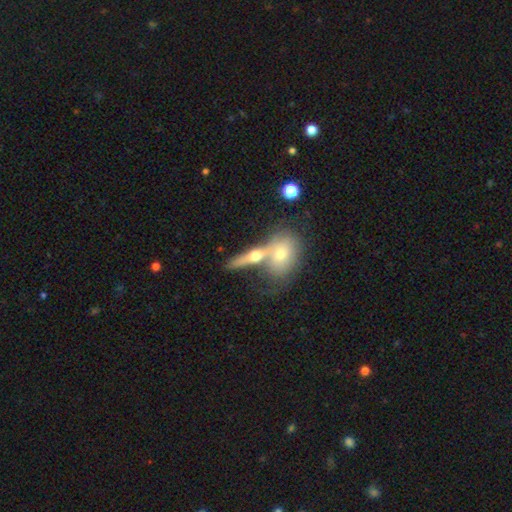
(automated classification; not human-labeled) Smooth or featured? smooth (35%)
Merging? merger (51%)